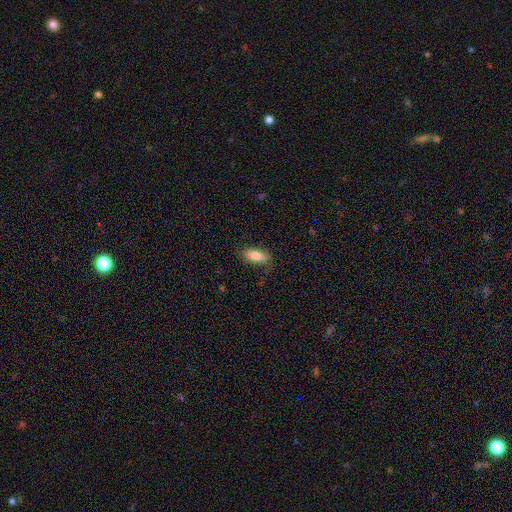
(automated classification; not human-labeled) This appears to be a smooth galaxy with no disk features (79%) that is in between round and cigar-shaped (85%). Merging: none (69%).